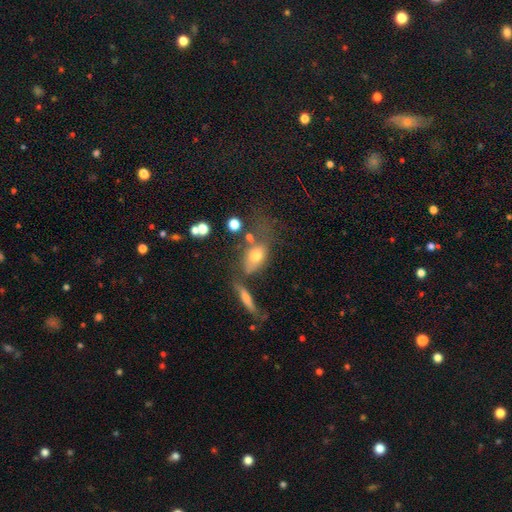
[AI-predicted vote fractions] Morphology: type=smooth (68%); roundness=in between (75%); merging=none (41%).